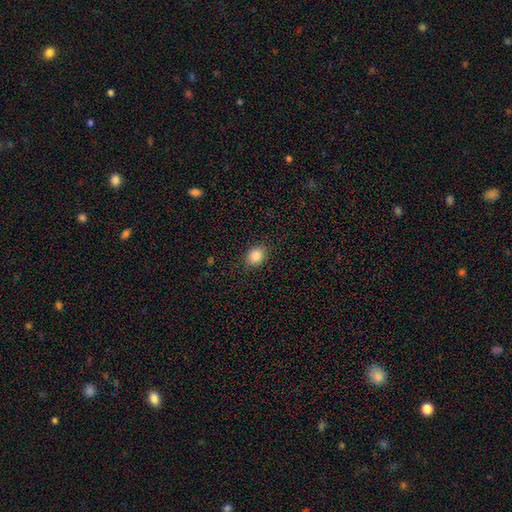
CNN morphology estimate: Smooth or featured?
  - smooth: 87% *
  - star or artifact: 9%
  - featured or disk: 4%
How rounded?
  - round: 51% *
  - in between: 48%
  - cigar-shaped: 1%
Merging?
  - none: 86% *
  - minor disturbance: 10%
  - major disturbance: 3%
  - merger: 1%